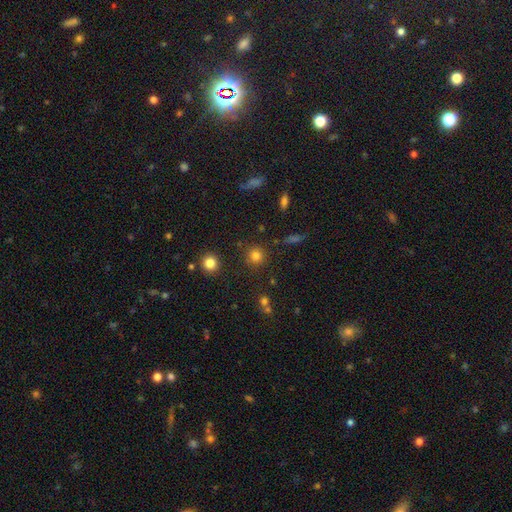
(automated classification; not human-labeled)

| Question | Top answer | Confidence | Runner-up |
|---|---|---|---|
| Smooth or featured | smooth | 79% | star or artifact (14%) |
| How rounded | round | 93% | in between (6%) |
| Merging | none | 87% | minor disturbance (7%) |